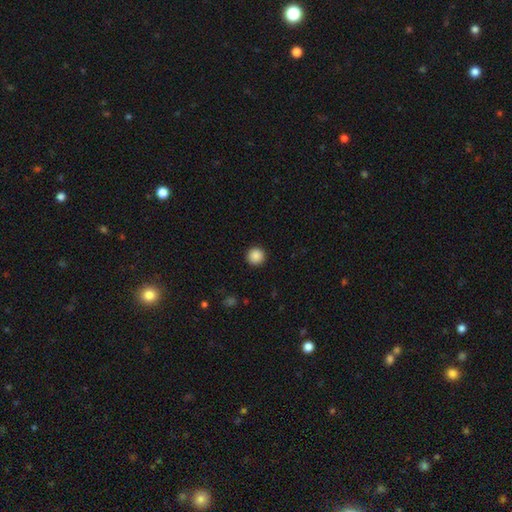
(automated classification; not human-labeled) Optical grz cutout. It shows a smooth galaxy with no disk features (88%) that is round (96%). Merging: none (93%).